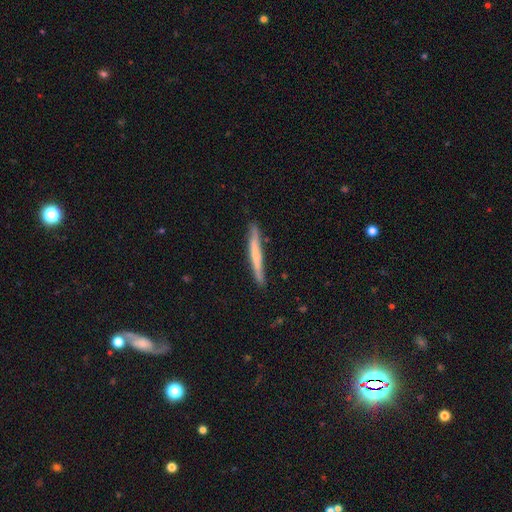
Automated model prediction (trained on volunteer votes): Morphology: type=smooth (57%); roundness=cigar-shaped (97%); merging=none (86%).